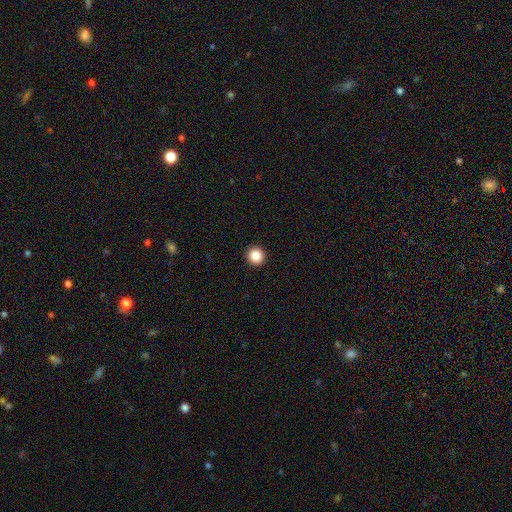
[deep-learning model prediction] Smooth or featured: smooth — 88% (star or artifact — 10%)
How rounded: round — 96% (in between — 3%)
Merging: none — 94% (minor disturbance — 4%)